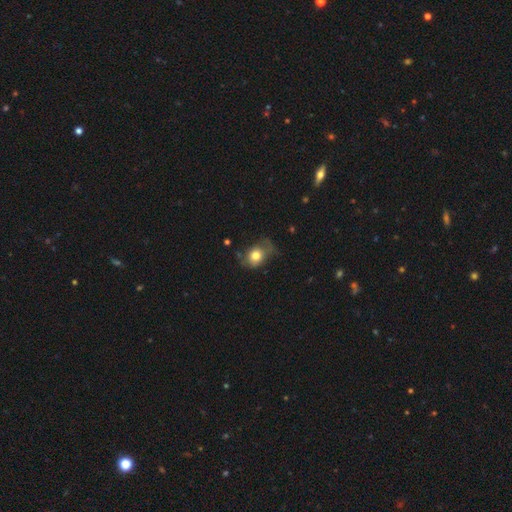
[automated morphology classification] Smooth or featured: smooth — 74% (featured or disk — 16%)
How rounded: in between — 51% (round — 48%)
Merging: none — 44% (minor disturbance — 34%)